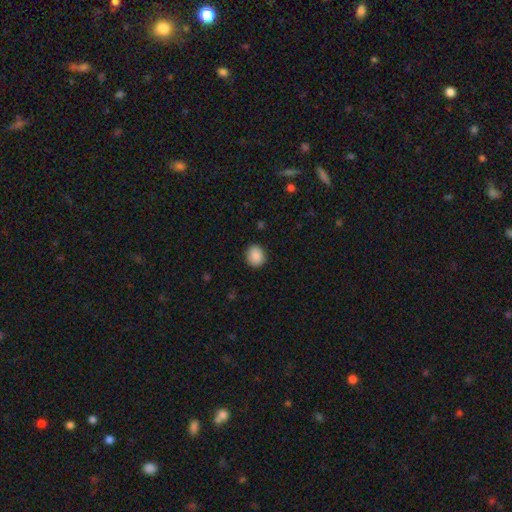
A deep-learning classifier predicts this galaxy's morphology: smooth_or_featured: smooth (p=0.89) [alt: star or artifact p=0.08]
how_rounded: round (p=0.67) [alt: in between p=0.32]
merging: none (p=0.89) [alt: minor disturbance p=0.08]